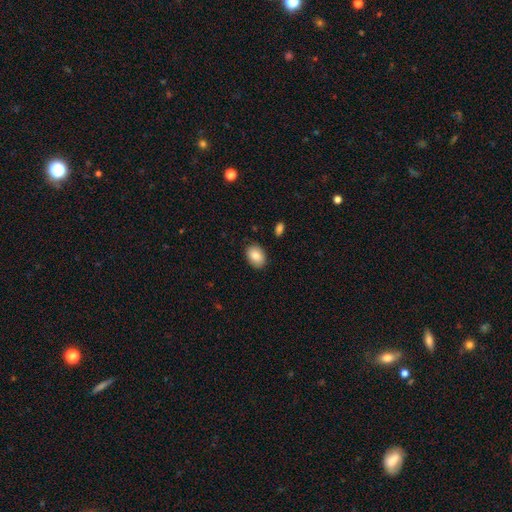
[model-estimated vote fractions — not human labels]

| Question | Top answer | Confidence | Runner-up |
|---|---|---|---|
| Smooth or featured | smooth | 85% | featured or disk (7%) |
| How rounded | in between | 78% | round (21%) |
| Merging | none | 87% | minor disturbance (9%) |